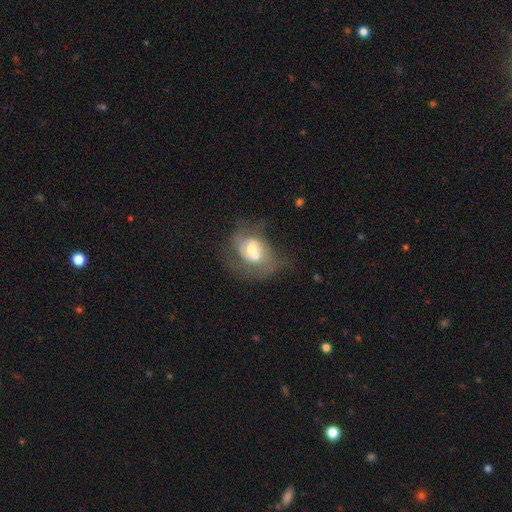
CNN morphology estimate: A featured or disk galaxy (58%) with no bar (73%), spiral arms (51%) and a moderate central bulge (63%).

Vote fractions:
- Smooth or featured? featured or disk: 58% / smooth: 34% / star or artifact: 8%
- Edge-on disk? no: 97% / yes: 3%
- Bar? no: 73% / weak: 22% / strong: 5%
- Spiral arms? yes: 51% / no: 49%
- Bulge size? moderate: 63% / small: 22% / large: 10% / none: 3% / dominant: 2%
- Merging? merger: 49% / none: 21% / major disturbance: 17% / minor disturbance: 13%